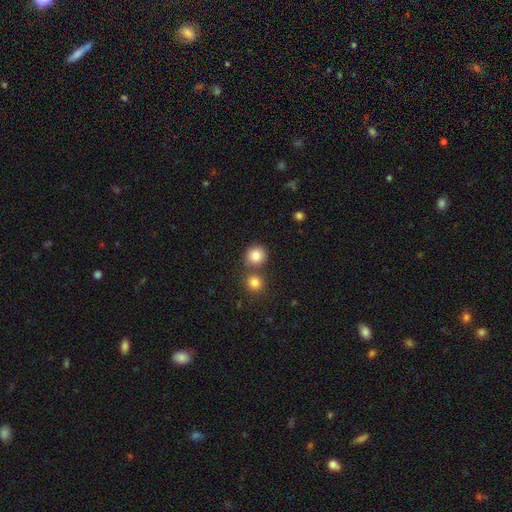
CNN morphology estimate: This is clearly a smooth galaxy (85%). How rounded: clearly round (86%). Merging: likely none (67%).